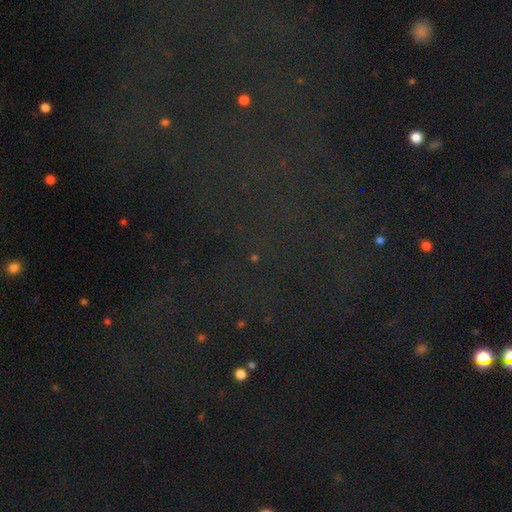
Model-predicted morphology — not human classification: smooth-or-featured: star or artifact: 78% | smooth: 12% | featured or disk: 9%